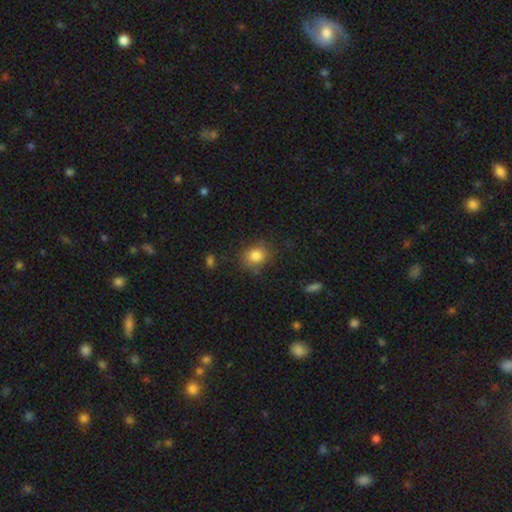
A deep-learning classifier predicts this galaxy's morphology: This appears to be a smooth galaxy with no disk features (83%) that is round (68%). Merging: none (79%).